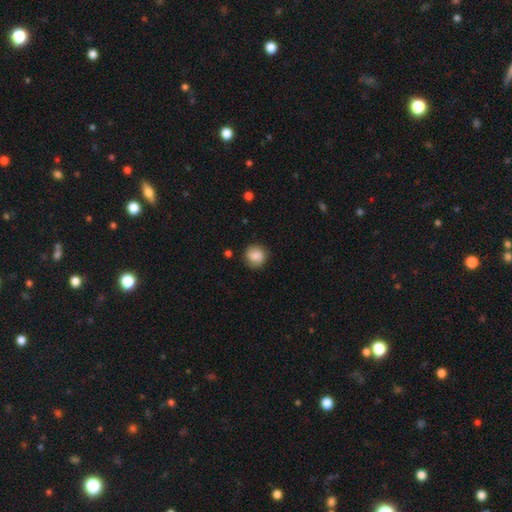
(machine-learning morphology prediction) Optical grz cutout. It shows a smooth galaxy with no disk features (84%) that is round (86%). Merging: none (82%).